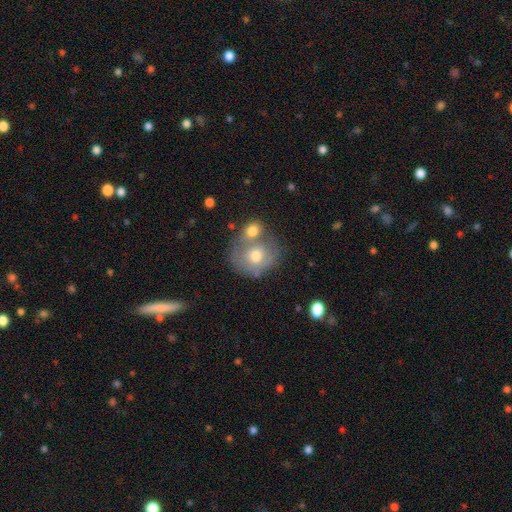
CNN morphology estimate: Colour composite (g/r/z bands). It shows a smooth galaxy with no disk features (57%) that is round (69%). Merging: merger (47%).